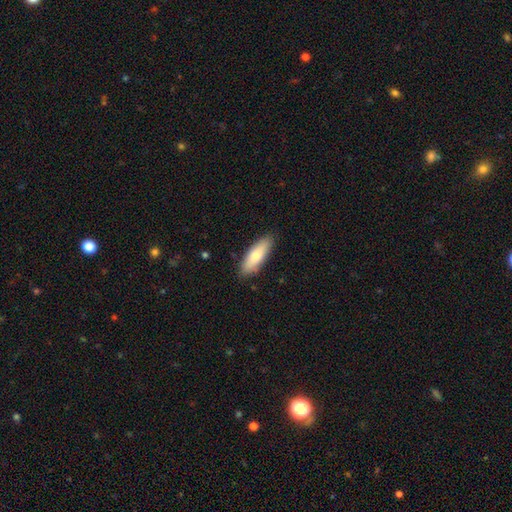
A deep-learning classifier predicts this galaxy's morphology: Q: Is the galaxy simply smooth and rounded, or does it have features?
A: smooth — 73%.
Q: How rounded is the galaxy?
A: in between — 59%.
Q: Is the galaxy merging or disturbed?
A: none — 87%.